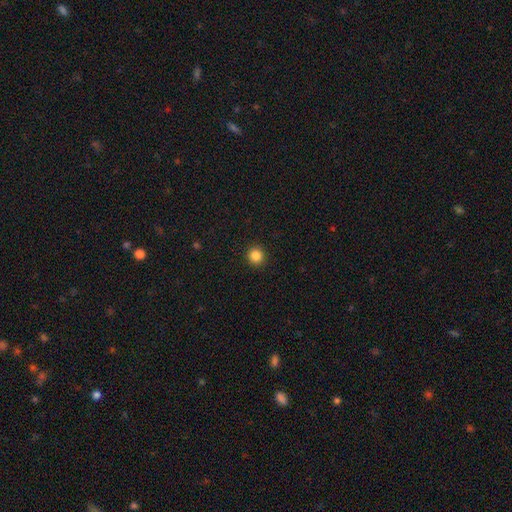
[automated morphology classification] A smooth galaxy with no disk features (85%) that is round (94%). Merging: none (93%).